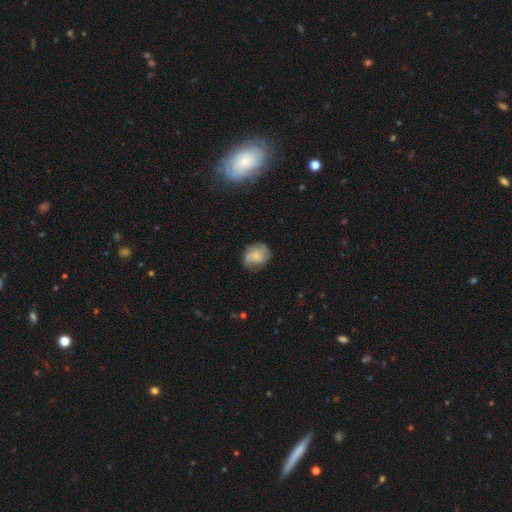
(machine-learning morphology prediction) A featured or disk galaxy (47%).

Vote fractions:
- Smooth or featured? featured or disk: 47% / smooth: 45% / star or artifact: 8%
- Merging? none: 70% / minor disturbance: 21% / major disturbance: 8% / merger: 1%